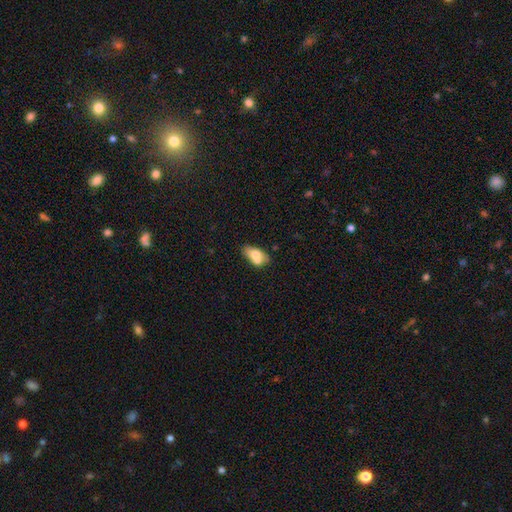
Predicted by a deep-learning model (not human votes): The model was most divided on "merging": none: 39%, merger: 38%, minor disturbance: 17%, major disturbance: 7%. More confident: how rounded — in between (85%); smooth or featured — smooth (66%).